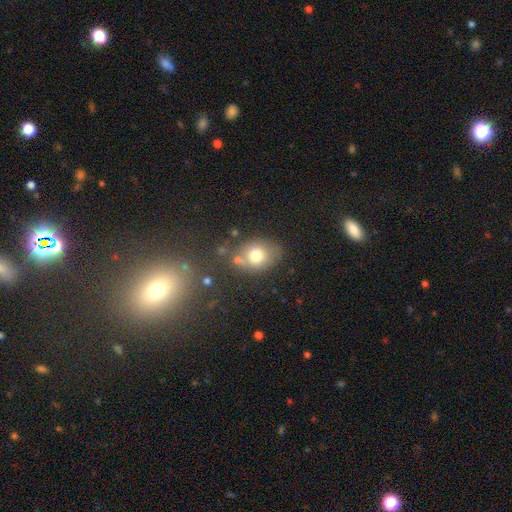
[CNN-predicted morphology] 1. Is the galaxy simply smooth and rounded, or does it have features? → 73% smooth, 15% featured or disk, 12% star or artifact.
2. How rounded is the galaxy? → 52% in between, 47% round, 1% cigar-shaped.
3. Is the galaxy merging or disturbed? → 60% none, 18% minor disturbance, 14% merger, 7% major disturbance.